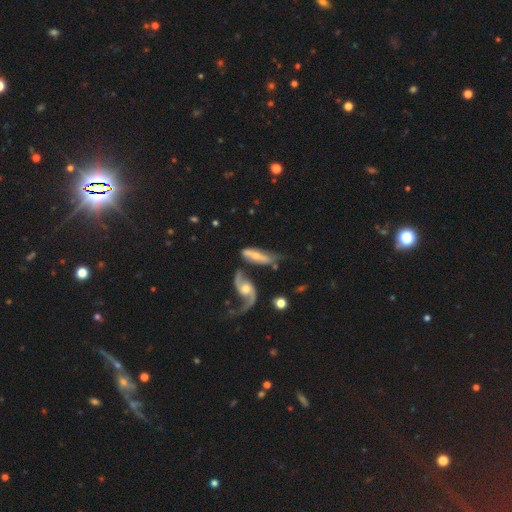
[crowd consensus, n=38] A featured or disk galaxy (68%) with no bar (59%), 2 (83%) loose (78%) spiral arms (82%) and a moderate central bulge (55%).

Vote fractions:
- Smooth or featured? featured or disk: 68% / smooth: 26% / star or artifact: 5%
- Edge-on disk? no: 85% / yes: 15%
- Bar? no: 59% / weak: 32% / strong: 9%
- Spiral arms? yes: 82% / no: 18%
- Spiral winding? loose: 78% / medium: 17% / tight: 6%
- Spiral arm count? 2: 83% / can't tell: 11% / 1: 6% / 3: 0% / 4: 0% / more than 4: 0%
- Bulge size? moderate: 55% / small: 36% / dominant: 5% / large: 5% / none: 0%
- Merging? none: 33% / minor disturbance: 28% / merger: 22% / major disturbance: 17%